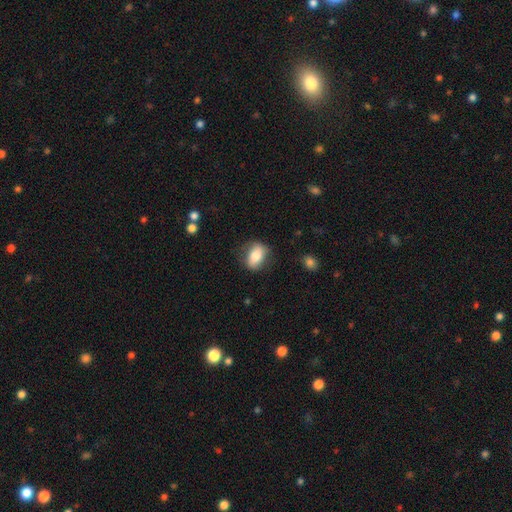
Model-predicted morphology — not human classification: A smooth galaxy with no disk features (73%) that is in between round and cigar-shaped (76%).

Vote fractions:
- Smooth or featured? smooth: 73% / featured or disk: 19% / star or artifact: 7%
- How rounded? in between: 76% / round: 21% / cigar-shaped: 3%
- Merging? none: 76% / minor disturbance: 17% / major disturbance: 6% / merger: 1%